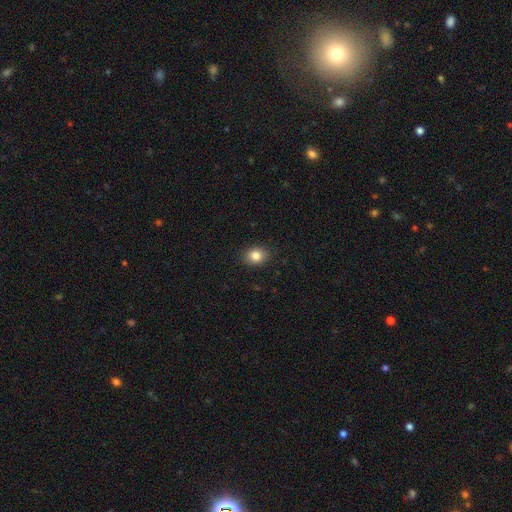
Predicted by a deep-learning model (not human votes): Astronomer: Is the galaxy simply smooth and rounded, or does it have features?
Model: smooth — 84%.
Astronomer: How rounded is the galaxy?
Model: in between — 52% (runner-up: round, 47%).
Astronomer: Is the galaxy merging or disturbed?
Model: none — 89%.